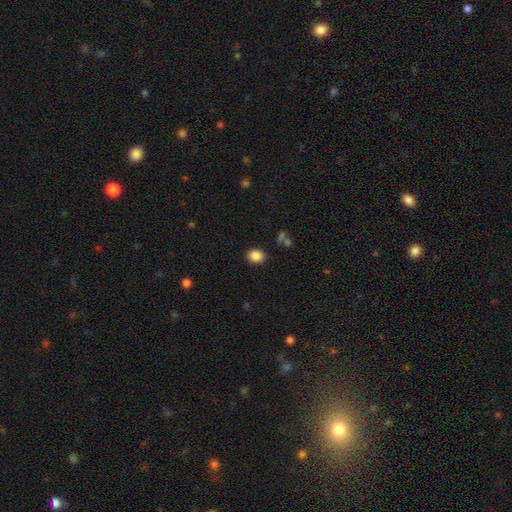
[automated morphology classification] Smooth or featured: smooth — 86% (star or artifact — 10%)
How rounded: round — 55% (in between — 44%)
Merging: none — 87% (minor disturbance — 8%)